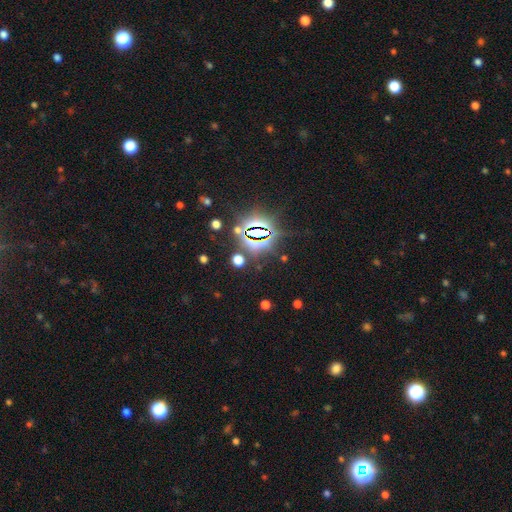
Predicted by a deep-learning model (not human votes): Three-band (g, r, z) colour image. It shows a star or artifact, not a galaxy (84%).